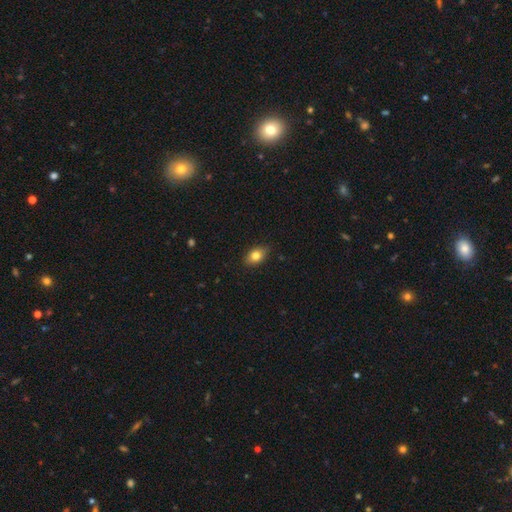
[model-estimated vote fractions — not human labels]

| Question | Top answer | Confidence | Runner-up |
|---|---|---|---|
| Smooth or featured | smooth | 80% | featured or disk (11%) |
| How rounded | in between | 82% | round (16%) |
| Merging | none | 85% | minor disturbance (12%) |